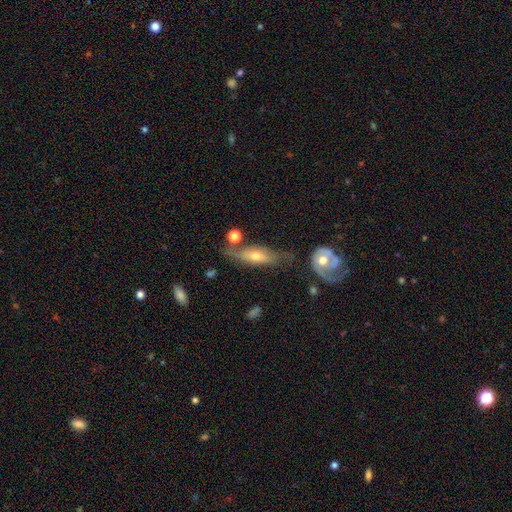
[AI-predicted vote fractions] featured or disk 54%, smooth 39%, star or artifact 8%. Down the decision tree: edge-on disk — yes (54%); merging — none (50%).